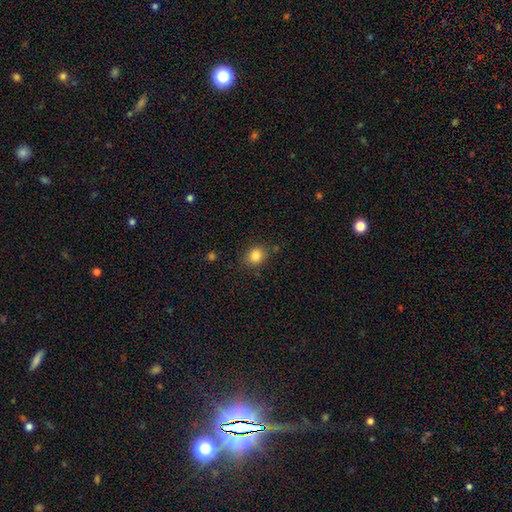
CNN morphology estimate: Smooth or featured? smooth (84%)
How rounded? round (68%)
Merging? none (82%)